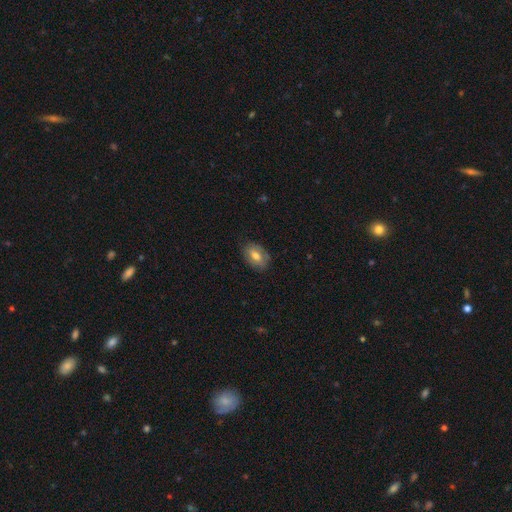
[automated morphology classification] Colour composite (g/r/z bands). It shows a smooth galaxy with no disk features (66%) that is in between round and cigar-shaped (86%). Merging: none (78%).